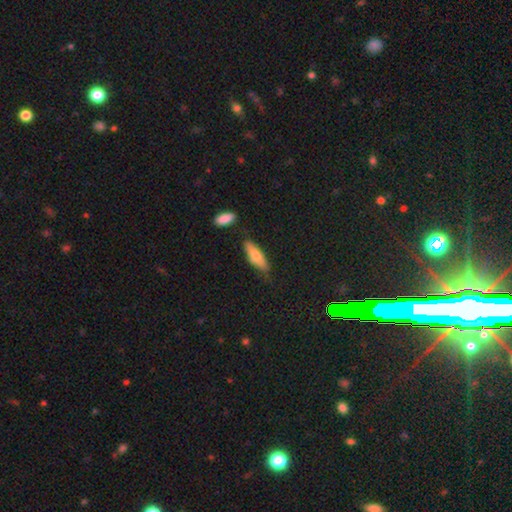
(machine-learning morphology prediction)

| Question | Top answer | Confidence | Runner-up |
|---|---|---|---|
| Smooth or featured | smooth | 72% | featured or disk (21%) |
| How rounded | cigar-shaped | 49% | tied: in between (49%) |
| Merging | none | 70% | minor disturbance (21%) |